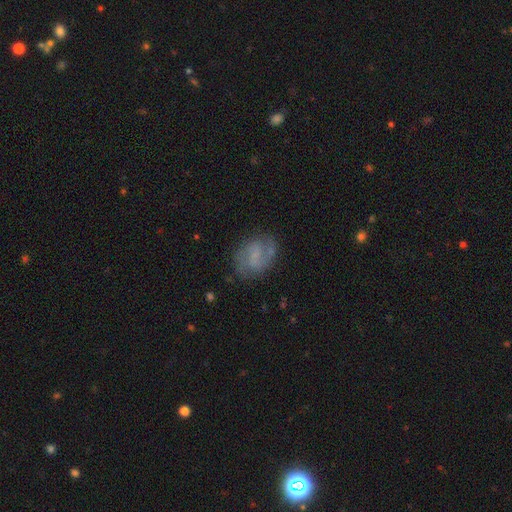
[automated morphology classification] A featured or disk galaxy (66%) with a weak bar (50%), 2 (82%) medium (48%) spiral arms (88%) and no central bulge (46%).

Vote fractions:
- Smooth or featured? featured or disk: 66% / smooth: 26% / star or artifact: 8%
- Edge-on disk? no: 97% / yes: 3%
- Bar? weak: 50% / no: 36% / strong: 14%
- Spiral arms? yes: 88% / no: 12%
- Spiral winding? medium: 48% / loose: 27% / tight: 24%
- Spiral arm count? 2: 82% / can't tell: 10% / 1: 3% / 3: 3% / 4: 1% / more than 4: 1%
- Bulge size? none: 46% / small: 37% / moderate: 14% / large: 3% / dominant: 1%
- Merging? none: 72% / minor disturbance: 18% / major disturbance: 8% / merger: 2%